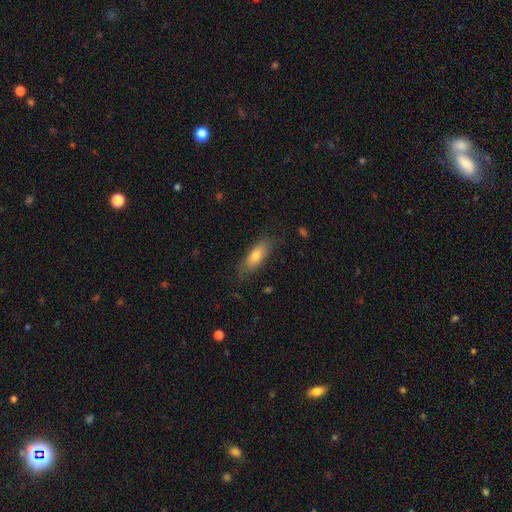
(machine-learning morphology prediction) A smooth galaxy with no disk features (72%) that is in between round and cigar-shaped (67%).

Vote fractions:
- Smooth or featured? smooth: 72% / featured or disk: 21% / star or artifact: 7%
- How rounded? in between: 67% / cigar-shaped: 31% / round: 3%
- Merging? none: 76% / minor disturbance: 18% / major disturbance: 5% / merger: 1%